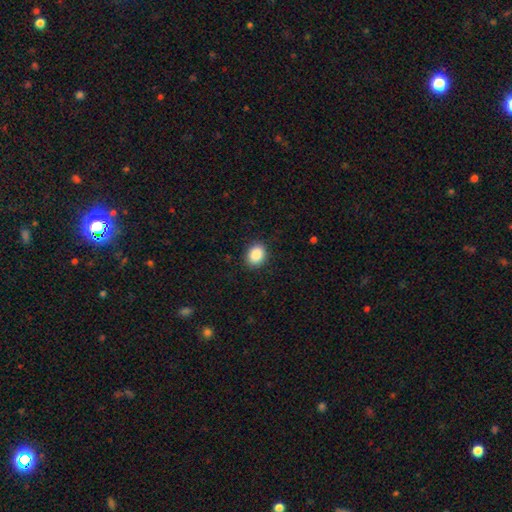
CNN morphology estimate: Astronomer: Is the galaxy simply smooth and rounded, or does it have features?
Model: smooth — 89%.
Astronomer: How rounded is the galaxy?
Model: in between — 53% (runner-up: round, 46%).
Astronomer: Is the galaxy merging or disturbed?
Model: none — 88%.